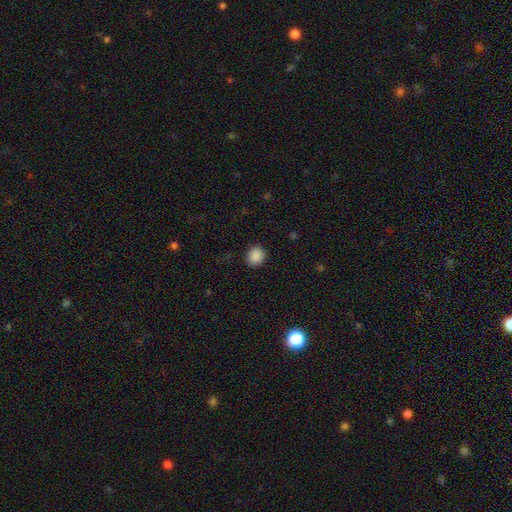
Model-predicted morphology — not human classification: This is clearly a smooth galaxy (88%). How rounded: clearly round (82%). Merging: clearly none (90%).